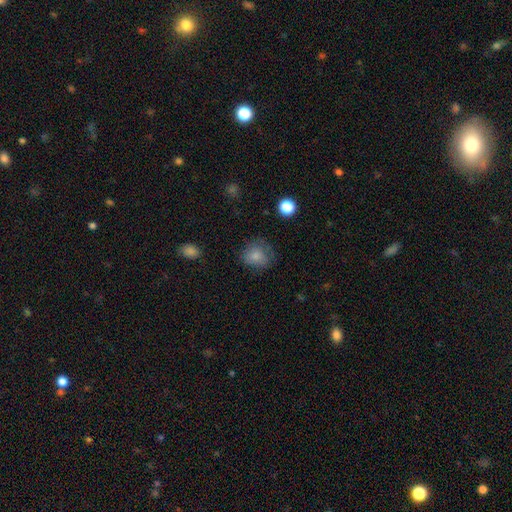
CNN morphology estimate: Smooth or featured? smooth (82%)
How rounded? round (71%)
Merging? none (65%)